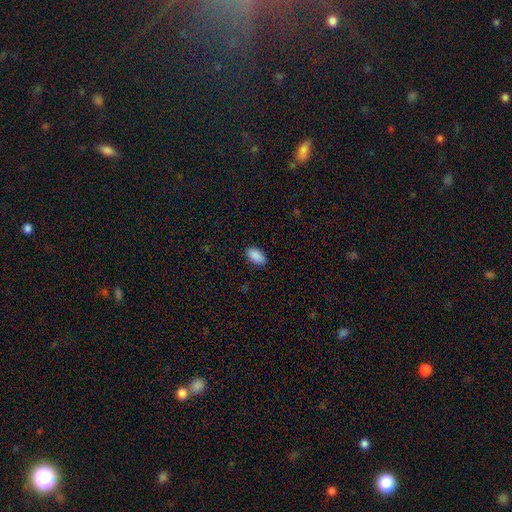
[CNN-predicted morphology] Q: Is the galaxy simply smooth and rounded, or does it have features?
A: smooth — 90%.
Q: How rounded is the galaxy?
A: in between — 93%.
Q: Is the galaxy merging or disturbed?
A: none — 88%.